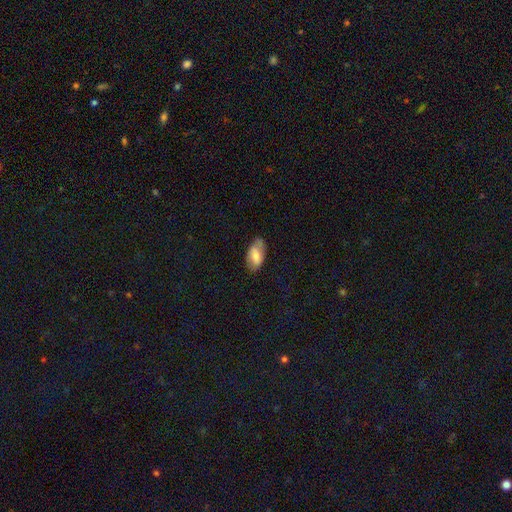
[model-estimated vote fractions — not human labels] A smooth galaxy with no disk features (69%) that is in between round and cigar-shaped (93%).

Vote fractions:
- Smooth or featured? smooth: 69% / featured or disk: 24% / star or artifact: 7%
- How rounded? in between: 93% / cigar-shaped: 4% / round: 3%
- Merging? none: 73% / minor disturbance: 20% / major disturbance: 5% / merger: 1%